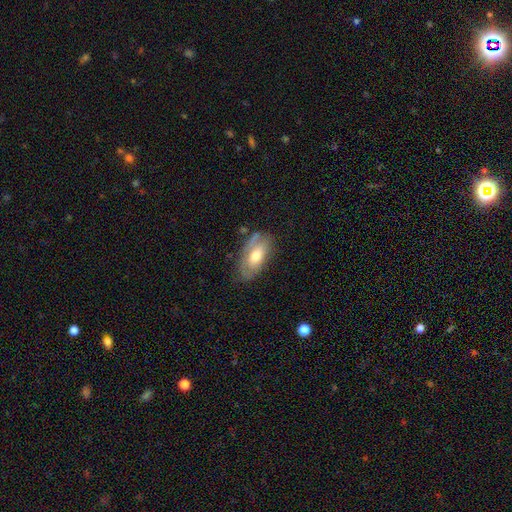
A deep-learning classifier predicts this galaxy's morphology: smooth-or-featured: smooth: 53% | featured or disk: 41% | star or artifact: 6%
  how-rounded: in between: 89% | cigar-shaped: 6% | round: 4%
  merging: none: 64% | minor disturbance: 25% | major disturbance: 7% | merger: 3%